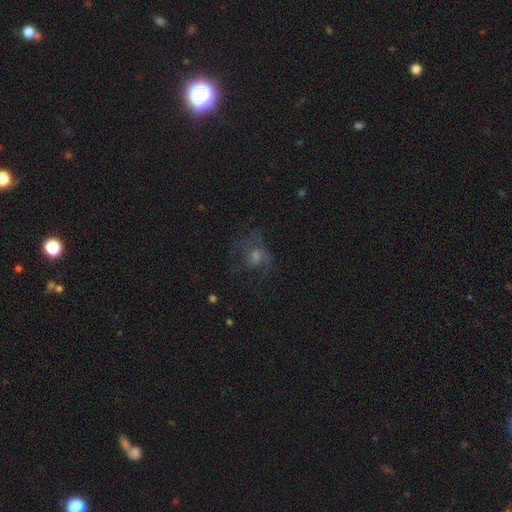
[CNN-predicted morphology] A featured or disk galaxy (41%).

Vote fractions:
- Smooth or featured? featured or disk: 41% / smooth: 35% / star or artifact: 24%
- Merging? none: 50% / major disturbance: 30% / minor disturbance: 18% / merger: 2%